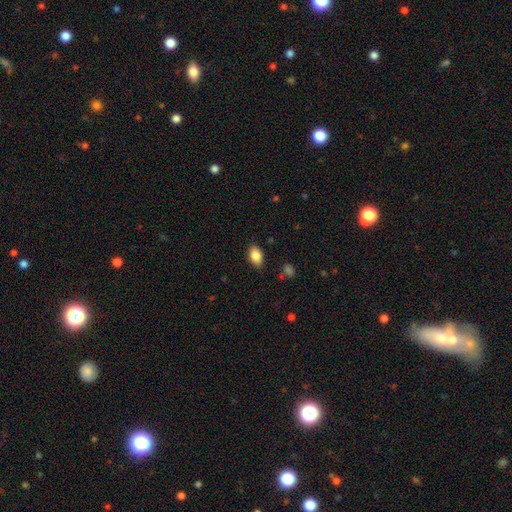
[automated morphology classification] This is clearly a smooth galaxy (87%). How rounded: clearly in between (90%). Merging: clearly none (85%).